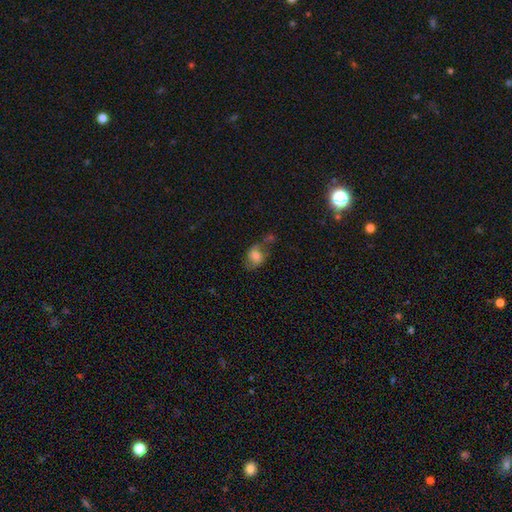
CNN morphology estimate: A smooth galaxy with no disk features (63%) that is in between round and cigar-shaped (69%). Merging: none (40%).